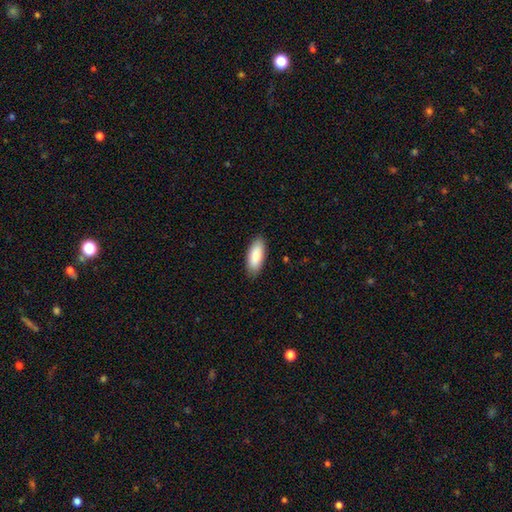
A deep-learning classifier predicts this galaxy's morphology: type=smooth (88%); roundness=in between (80%); merging=none (88%).